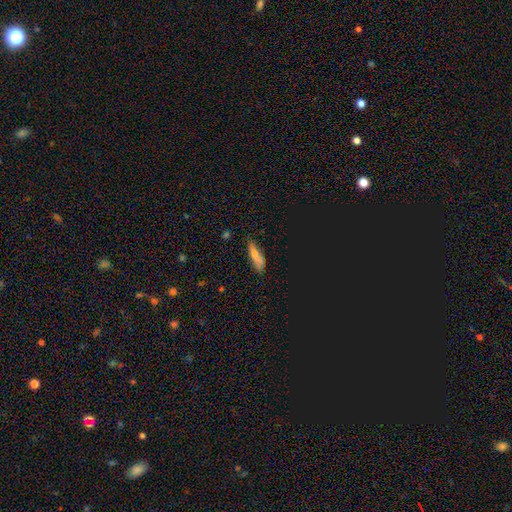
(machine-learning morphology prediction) type=smooth (68%); roundness=cigar-shaped (53%); merging=none (70%).